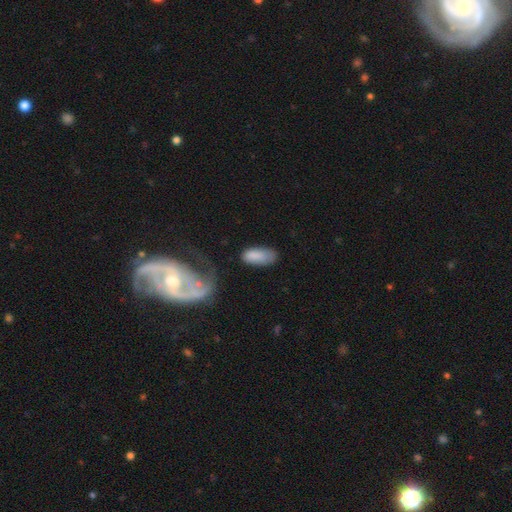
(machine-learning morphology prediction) This is clearly a smooth galaxy (84%). How rounded: clearly in between (90%). Merging: likely none (61%).